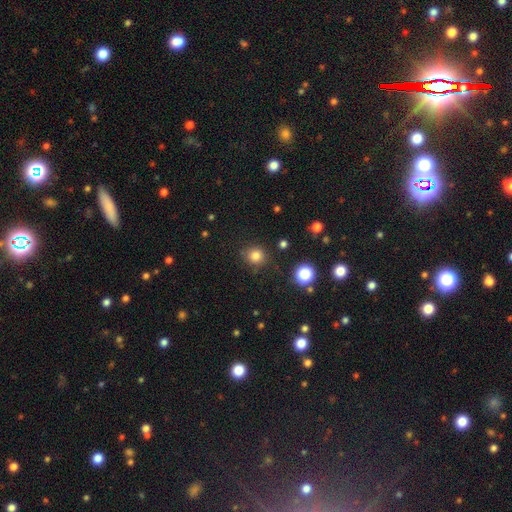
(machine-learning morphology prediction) A smooth galaxy with no disk features (80%) that is round (89%).

Vote fractions:
- Smooth or featured? smooth: 80% / star or artifact: 15% / featured or disk: 5%
- How rounded? round: 89% / in between: 10% / cigar-shaped: 1%
- Merging? none: 85% / minor disturbance: 10% / major disturbance: 3% / merger: 2%